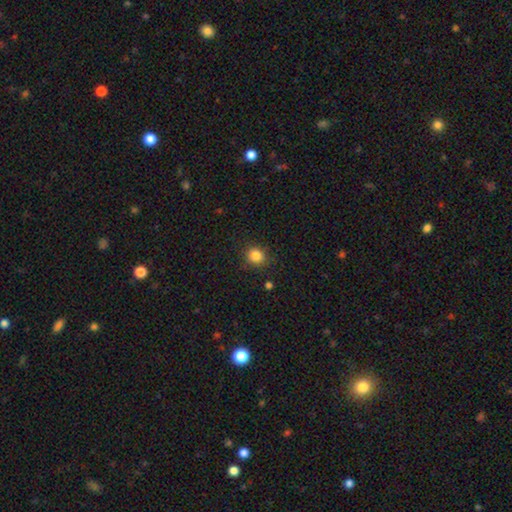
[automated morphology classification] smooth_or_featured: smooth (p=0.83) [alt: star or artifact p=0.12]
how_rounded: round (p=0.85) [alt: in between p=0.14]
merging: none (p=0.87) [alt: minor disturbance p=0.09]